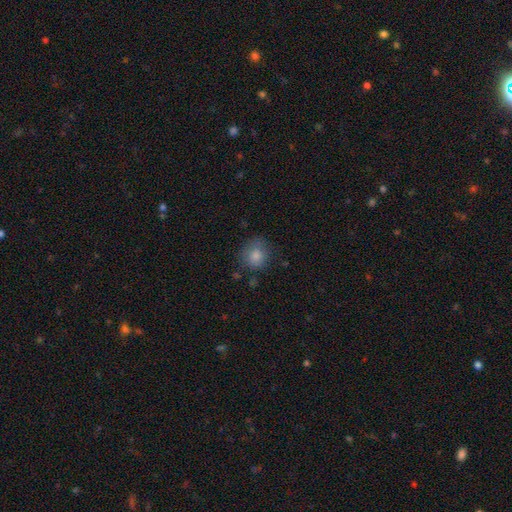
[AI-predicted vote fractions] Smooth or featured: smooth — 83% (star or artifact — 10%)
How rounded: round — 76% (in between — 23%)
Merging: none — 71% (minor disturbance — 20%)